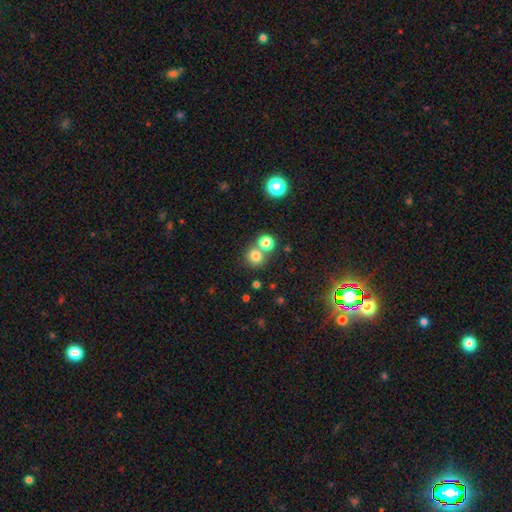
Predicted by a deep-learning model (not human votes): This is likely a smooth galaxy (78%). How rounded: clearly round (88%). Merging: possibly none (60%).